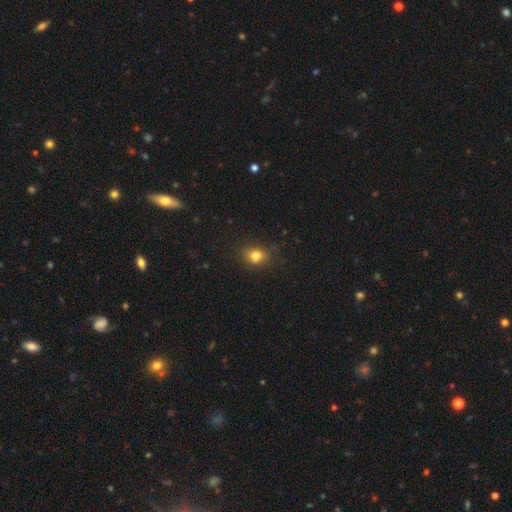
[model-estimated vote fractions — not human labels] Smooth or featured?
  - smooth: 80% *
  - star or artifact: 13%
  - featured or disk: 8%
How rounded?
  - round: 51% *
  - in between: 47%
  - cigar-shaped: 1%
Merging?
  - none: 75% *
  - minor disturbance: 17%
  - major disturbance: 5%
  - merger: 2%